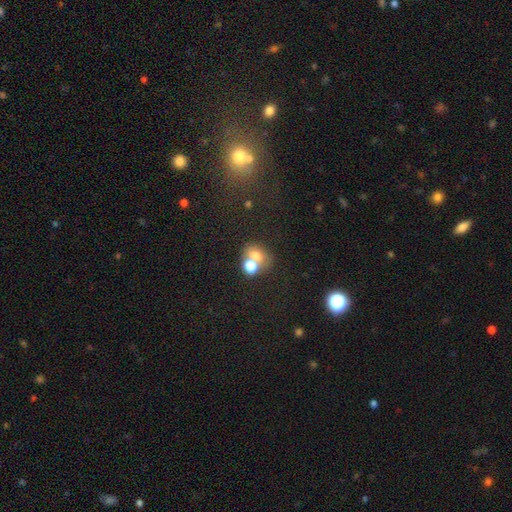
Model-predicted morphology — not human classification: A smooth galaxy with no disk features (70%) that is in between round and cigar-shaped (50%).

Vote fractions:
- Smooth or featured? smooth: 70% / featured or disk: 18% / star or artifact: 13%
- How rounded? in between: 50% / round: 49% / cigar-shaped: 1%
- Merging? merger: 58% / none: 30% / minor disturbance: 8% / major disturbance: 4%